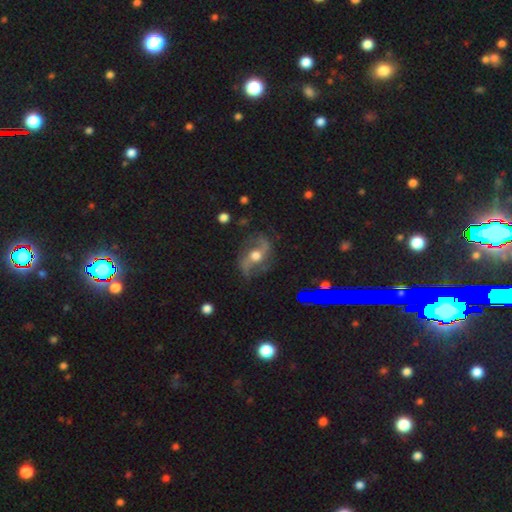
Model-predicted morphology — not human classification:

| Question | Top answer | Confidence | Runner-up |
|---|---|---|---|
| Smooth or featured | featured or disk | 82% | smooth (10%) |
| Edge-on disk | no | 95% | yes (5%) |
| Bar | no | 43% | weak (35%) |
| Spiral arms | yes | 92% | no (8%) |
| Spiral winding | loose | 57% | medium (35%) |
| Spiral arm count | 2 | 92% | can't tell (3%) |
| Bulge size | moderate | 71% | large (16%) |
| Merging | none | 74% | minor disturbance (16%) |